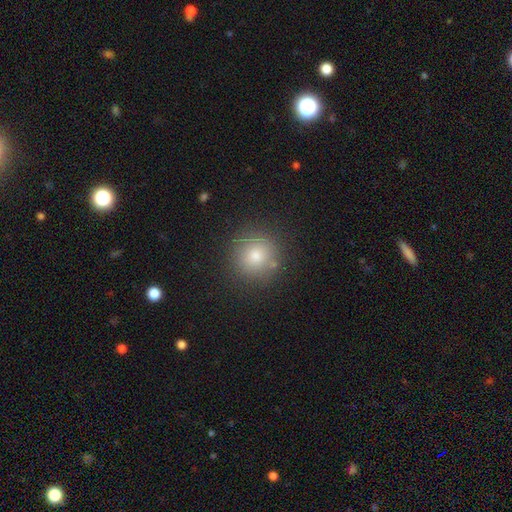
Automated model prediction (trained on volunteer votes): Overall: smooth (77%). How rounded: round (93%). Merging: none (86%).